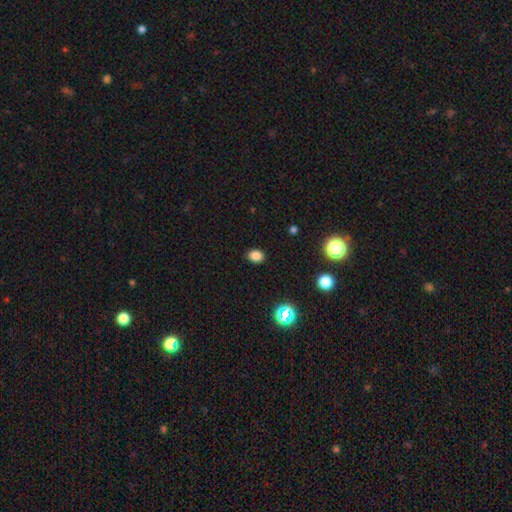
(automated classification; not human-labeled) smooth 81%, star or artifact 15%, featured or disk 4%. Down the decision tree: how rounded — in between (58%); merging — none (89%).